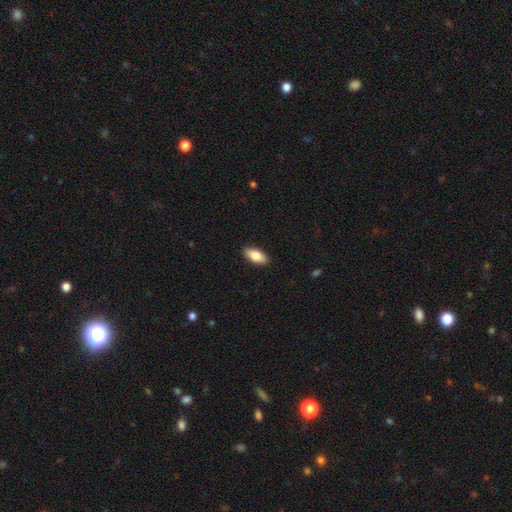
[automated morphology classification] smooth 81%, featured or disk 13%, star or artifact 6%. Down the decision tree: how rounded — in between (87%); merging — none (90%).